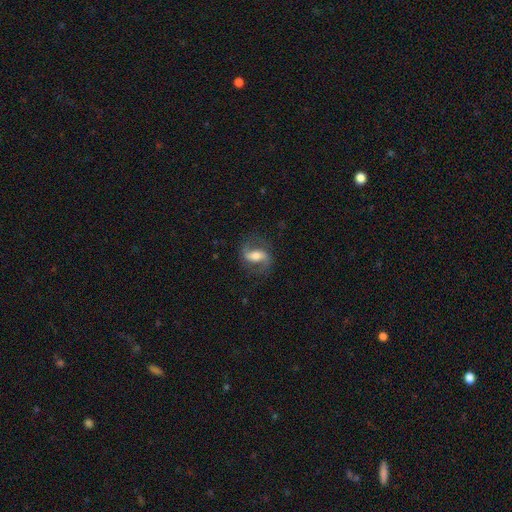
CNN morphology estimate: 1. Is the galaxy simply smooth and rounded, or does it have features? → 77% featured or disk, 16% smooth, 7% star or artifact.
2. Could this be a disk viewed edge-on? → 94% no, 6% yes.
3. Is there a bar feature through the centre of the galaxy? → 40% strong, 37% weak, 23% no.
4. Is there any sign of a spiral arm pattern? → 92% yes, 8% no.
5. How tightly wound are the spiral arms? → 50% loose, 40% medium, 11% tight.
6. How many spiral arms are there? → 91% 2, 3% can't tell, 3% 1, 1% 3, 1% 4, 1% more than 4.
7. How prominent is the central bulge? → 57% moderate, 19% large, 19% small, 3% none, 2% dominant.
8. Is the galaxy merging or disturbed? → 75% none, 15% minor disturbance, 9% major disturbance, 1% merger.